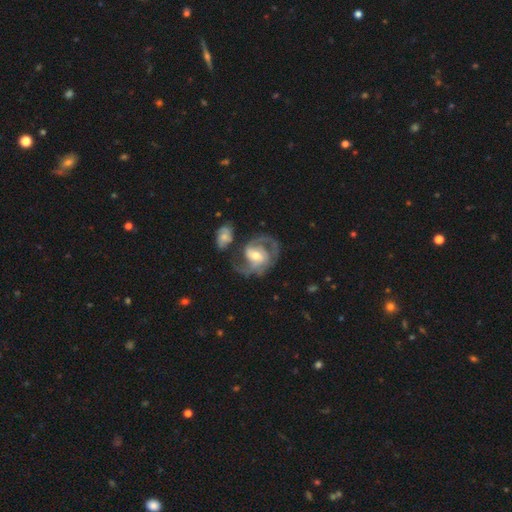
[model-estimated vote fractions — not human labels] Morphology: type=featured or disk (86%); edge-on=no (97%); bar=weak (47%); spiral arms=yes (94%); winding=medium (54%); arm count=2 (69%); bulge=moderate (61%); merging=none (55%).